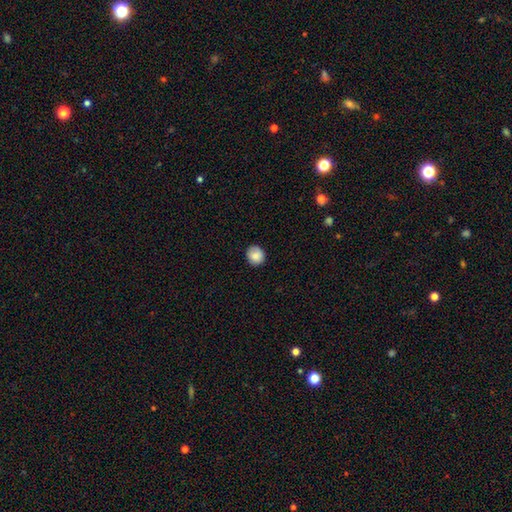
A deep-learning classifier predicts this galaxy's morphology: Smooth or featured: smooth — 85% (star or artifact — 8%)
How rounded: round — 85% (in between — 14%)
Merging: none — 87% (minor disturbance — 11%)